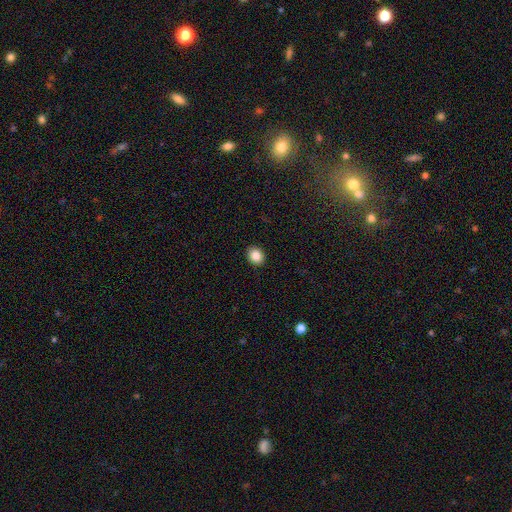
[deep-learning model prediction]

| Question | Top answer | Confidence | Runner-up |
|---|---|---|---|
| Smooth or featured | smooth | 86% | star or artifact (9%) |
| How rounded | round | 55% | in between (44%) |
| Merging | none | 92% | minor disturbance (6%) |